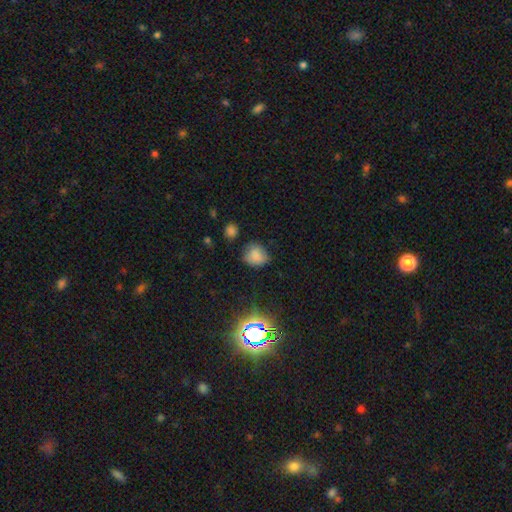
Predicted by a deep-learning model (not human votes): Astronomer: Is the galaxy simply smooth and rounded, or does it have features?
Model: smooth — 76%.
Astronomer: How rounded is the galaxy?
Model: round — 69%.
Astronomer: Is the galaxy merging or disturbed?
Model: none — 66%.